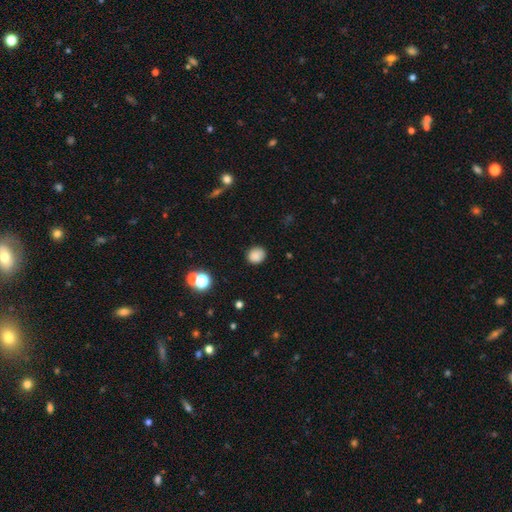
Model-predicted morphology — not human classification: A smooth galaxy with no disk features (84%) that is round (72%).

Vote fractions:
- Smooth or featured? smooth: 84% / star or artifact: 11% / featured or disk: 4%
- How rounded? round: 72% / in between: 27% / cigar-shaped: 1%
- Merging? none: 85% / minor disturbance: 11% / major disturbance: 3% / merger: 2%